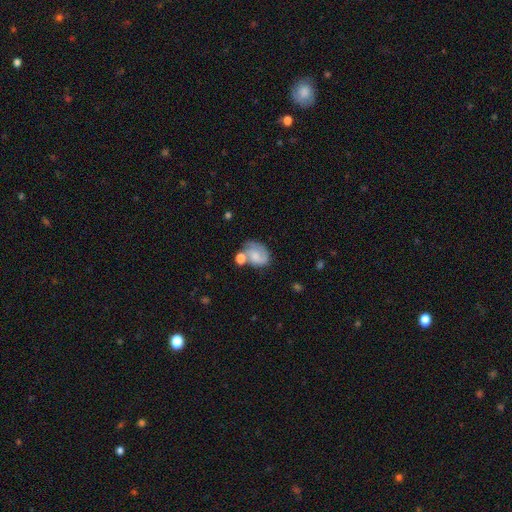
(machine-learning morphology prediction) smooth_or_featured: featured or disk (p=0.53) [alt: smooth p=0.39]
disk_edge_on: no (p=0.97) [alt: yes p=0.03]
bar: no (p=0.68) [alt: weak p=0.27]
has_spiral_arms: yes (p=0.83) [alt: no p=0.17]
bulge_size: none (p=0.30) [tied with: small p=0.30]
merging: none (p=0.37) [alt: merger p=0.27]